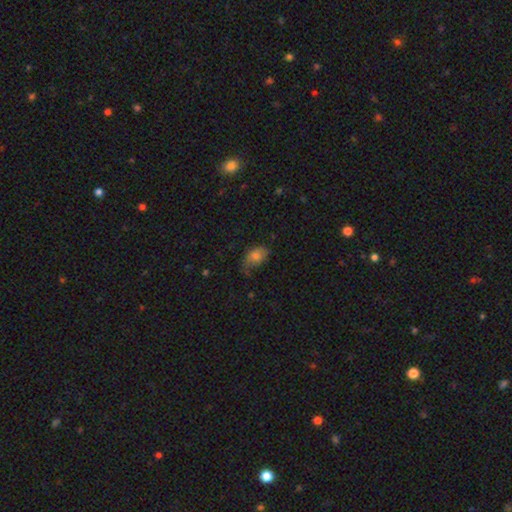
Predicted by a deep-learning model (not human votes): smooth 73%, featured or disk 17%, star or artifact 10%. Down the decision tree: how rounded — in between (87%); merging — none (45%).